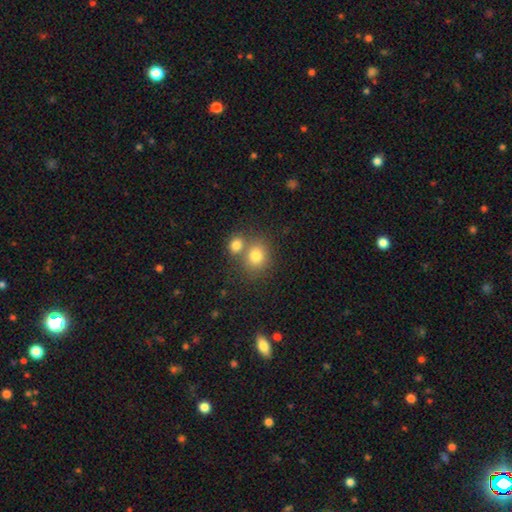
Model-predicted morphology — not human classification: smooth-or-featured: smooth: 79% | star or artifact: 12% | featured or disk: 9%
  how-rounded: round: 75% | in between: 24% | cigar-shaped: 1%
  merging: none: 50% | merger: 39% | minor disturbance: 9% | major disturbance: 3%